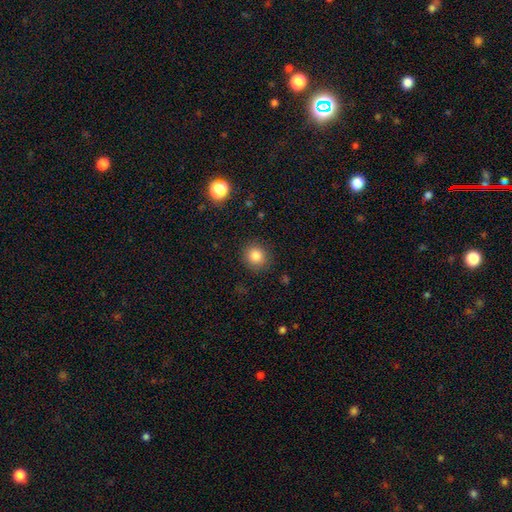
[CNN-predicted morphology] Smooth or featured? Predicted: smooth (p=0.83). How rounded? Predicted: round (p=0.86). Merging? Predicted: none (p=0.88).